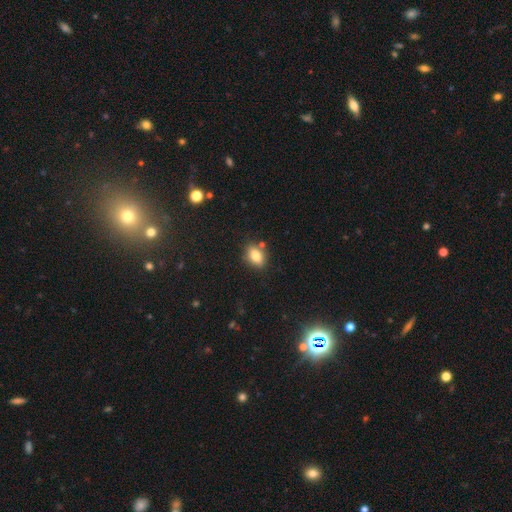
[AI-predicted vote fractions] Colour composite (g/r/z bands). It shows a smooth galaxy with no disk features (81%) that is in between round and cigar-shaped (79%). Merging: none (77%).